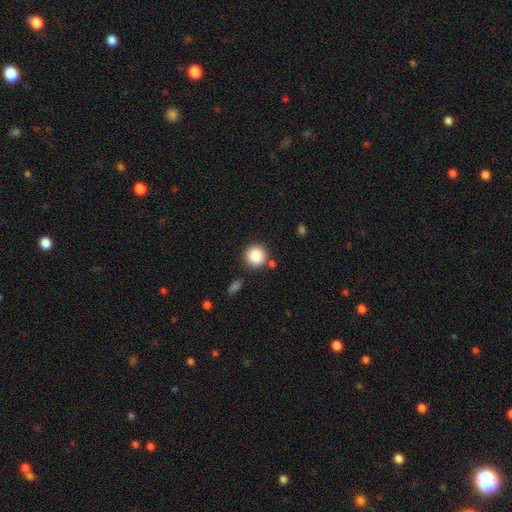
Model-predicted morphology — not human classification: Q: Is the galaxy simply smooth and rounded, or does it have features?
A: smooth — 87%.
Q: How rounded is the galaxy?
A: round — 94%.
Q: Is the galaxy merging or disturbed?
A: none — 83%.